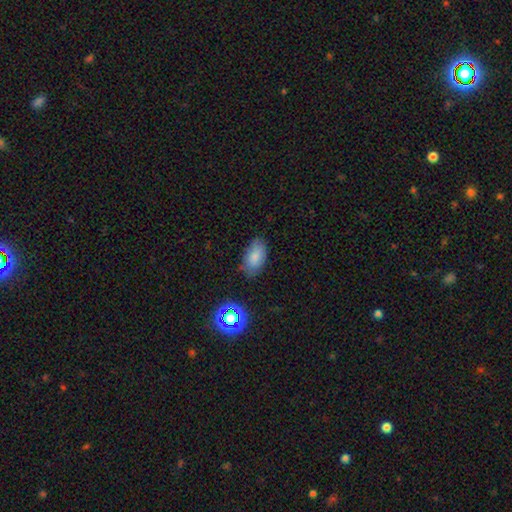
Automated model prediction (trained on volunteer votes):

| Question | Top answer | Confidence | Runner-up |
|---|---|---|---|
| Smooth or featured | smooth | 77% | star or artifact (12%) |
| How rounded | in between | 92% | round (6%) |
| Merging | none | 78% | minor disturbance (17%) |